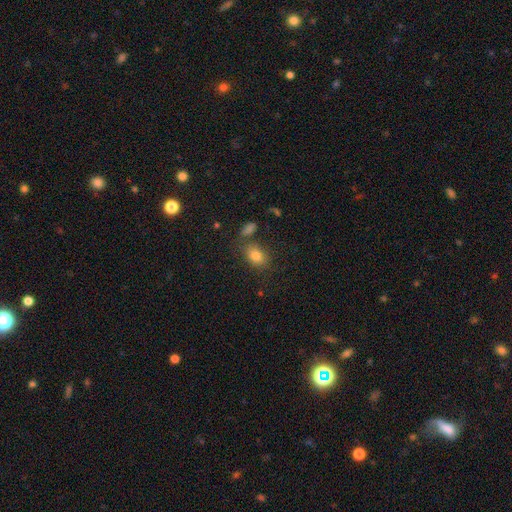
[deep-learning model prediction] The model was most divided on "how rounded": in between: 76%, round: 23%, cigar-shaped: 1%. More confident: smooth or featured — smooth (81%); merging — none (70%).